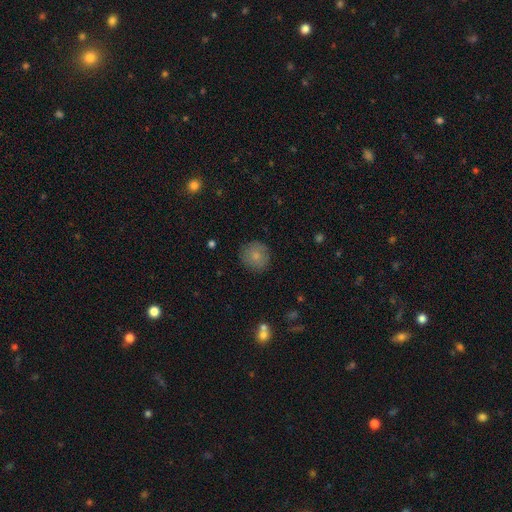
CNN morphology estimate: This appears to be a smooth galaxy with no disk features (80%) that is round (93%). Merging: none (86%).